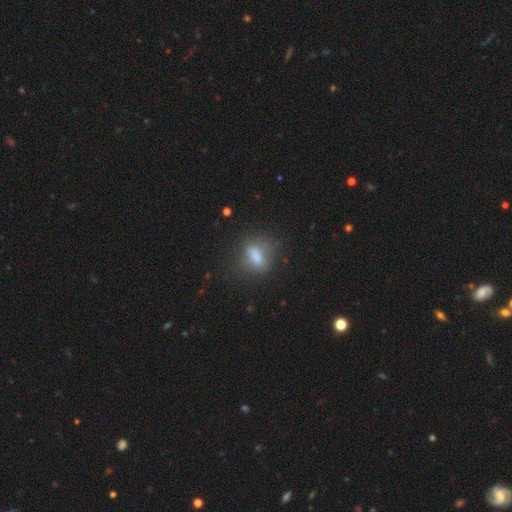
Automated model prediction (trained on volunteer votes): Smooth or featured: smooth — 67% (featured or disk — 20%)
How rounded: in between — 60% (cigar-shaped — 25%)
Merging: none — 74% (minor disturbance — 16%)